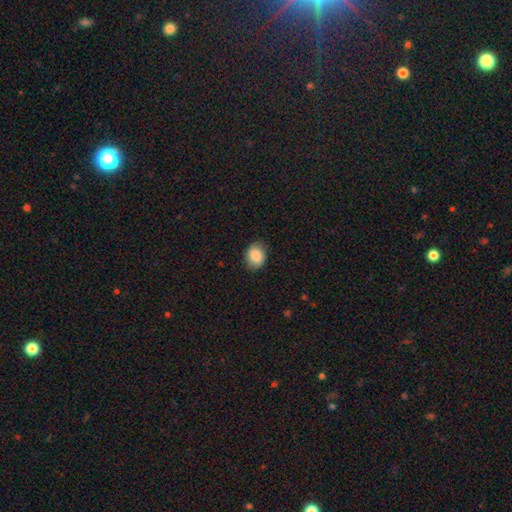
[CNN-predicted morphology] Smooth or featured: smooth — 86% (star or artifact — 7%)
How rounded: in between — 56% (round — 43%)
Merging: none — 82% (minor disturbance — 14%)